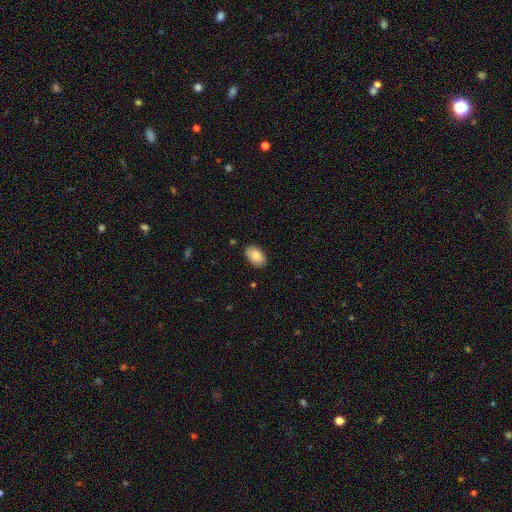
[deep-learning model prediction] smooth_or_featured: smooth (p=0.87) [alt: featured or disk p=0.07]
how_rounded: in between (p=0.91) [alt: round p=0.07]
merging: none (p=0.87) [alt: minor disturbance p=0.10]